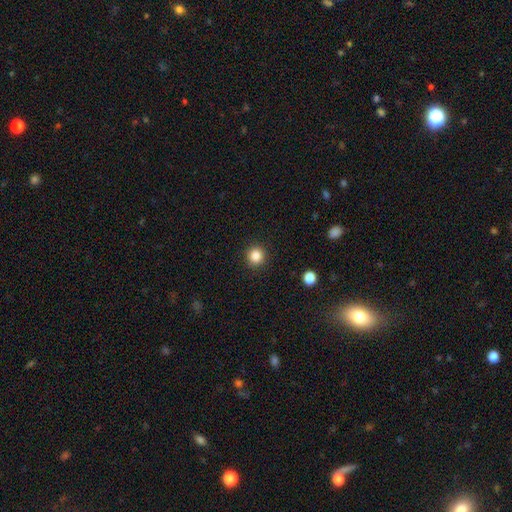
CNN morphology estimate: Q: Smooth or featured?
A: smooth (85%); runner-up: star or artifact (11%)
Q: How rounded?
A: round (93%); runner-up: in between (6%)
Q: Merging?
A: none (92%); runner-up: minor disturbance (5%)